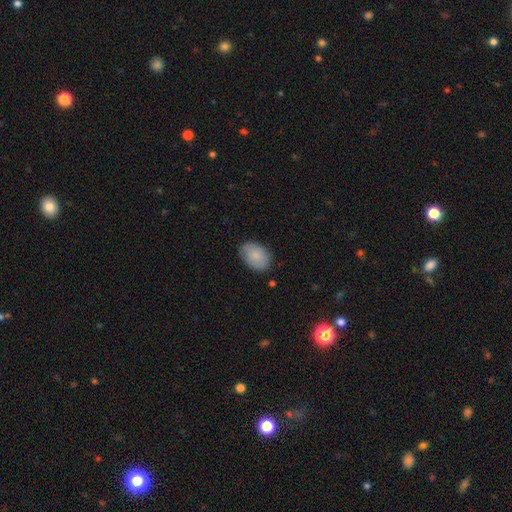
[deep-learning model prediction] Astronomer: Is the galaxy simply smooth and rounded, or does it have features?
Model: smooth — 82%.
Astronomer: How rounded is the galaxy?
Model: in between — 83%.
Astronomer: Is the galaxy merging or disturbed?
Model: none — 78%.